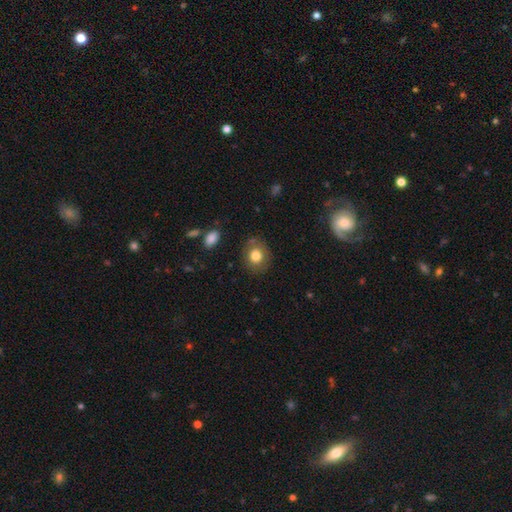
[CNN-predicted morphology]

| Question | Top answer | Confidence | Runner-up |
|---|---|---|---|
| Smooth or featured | smooth | 79% | featured or disk (12%) |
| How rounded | round | 75% | in between (24%) |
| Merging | none | 81% | minor disturbance (12%) |